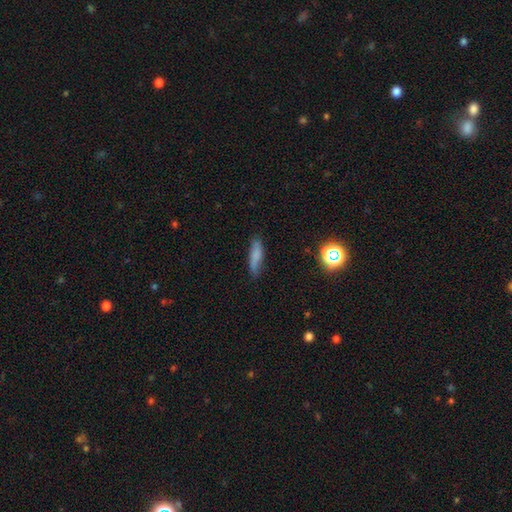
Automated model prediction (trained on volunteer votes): This is likely a smooth galaxy (73%). How rounded: likely cigar-shaped (66%). Merging: likely none (71%).